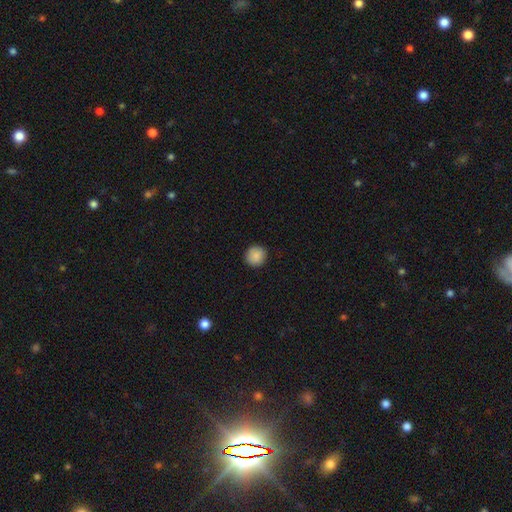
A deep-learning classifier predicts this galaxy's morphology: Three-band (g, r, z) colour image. It shows a smooth galaxy with no disk features (89%) that is round (92%). Merging: none (92%).